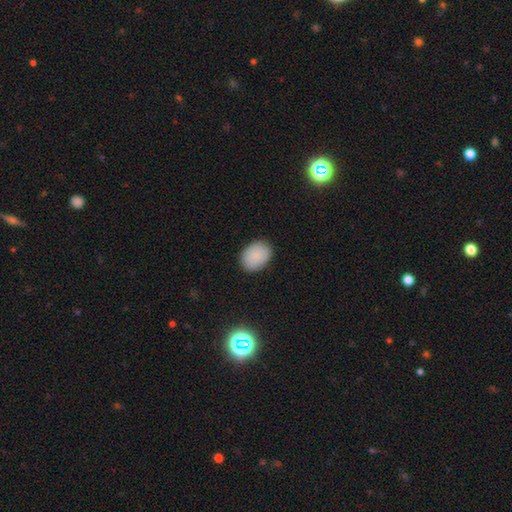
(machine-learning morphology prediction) Smooth or featured?
  - smooth: 88% *
  - star or artifact: 7%
  - featured or disk: 5%
How rounded?
  - in between: 74% *
  - round: 25%
  - cigar-shaped: 1%
Merging?
  - none: 87% *
  - minor disturbance: 10%
  - major disturbance: 2%
  - merger: 1%